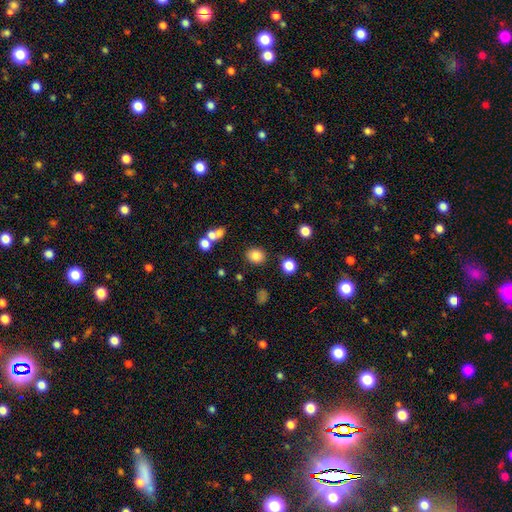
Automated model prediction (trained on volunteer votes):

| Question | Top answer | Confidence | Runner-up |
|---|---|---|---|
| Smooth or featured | smooth | 82% | star or artifact (12%) |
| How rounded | round | 74% | in between (25%) |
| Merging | none | 81% | minor disturbance (10%) |